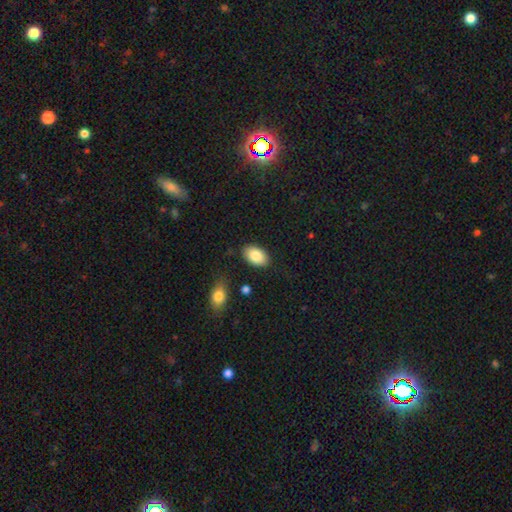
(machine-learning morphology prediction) A smooth galaxy with no disk features (87%) that is in between round and cigar-shaped (92%).

Vote fractions:
- Smooth or featured? smooth: 87% / star or artifact: 7% / featured or disk: 7%
- How rounded? in between: 92% / round: 6% / cigar-shaped: 1%
- Merging? none: 85% / minor disturbance: 10% / major disturbance: 3% / merger: 2%